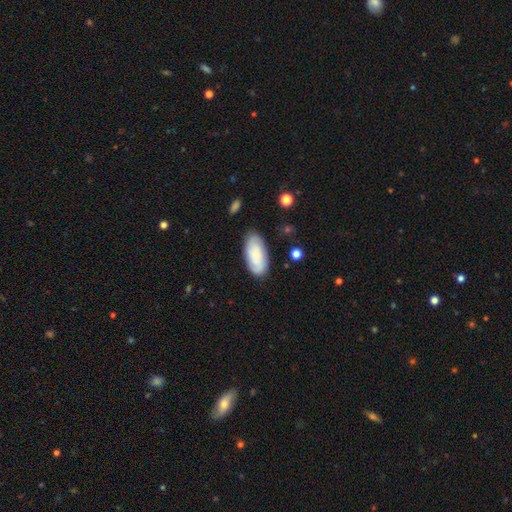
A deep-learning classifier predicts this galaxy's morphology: A smooth galaxy with no disk features (57%) that is in between round and cigar-shaped (91%). Merging: none (81%).